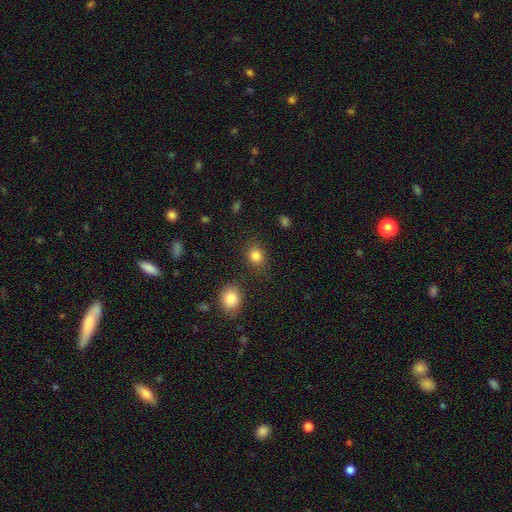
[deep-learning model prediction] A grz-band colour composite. It shows a smooth galaxy with no disk features (84%) that is round (64%). Merging: none (81%).